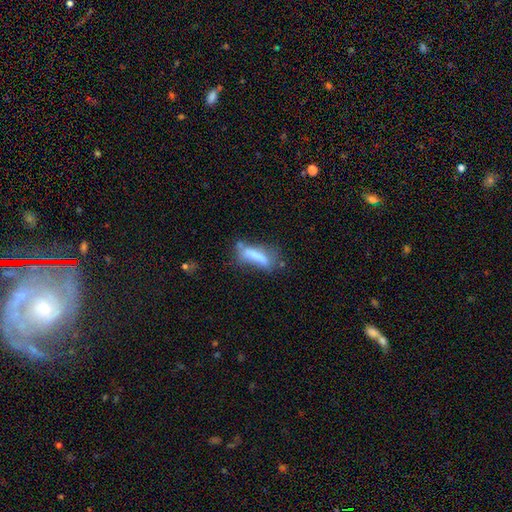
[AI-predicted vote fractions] Morphology: type=smooth (61%); roundness=cigar-shaped (64%); merging=none (36%).